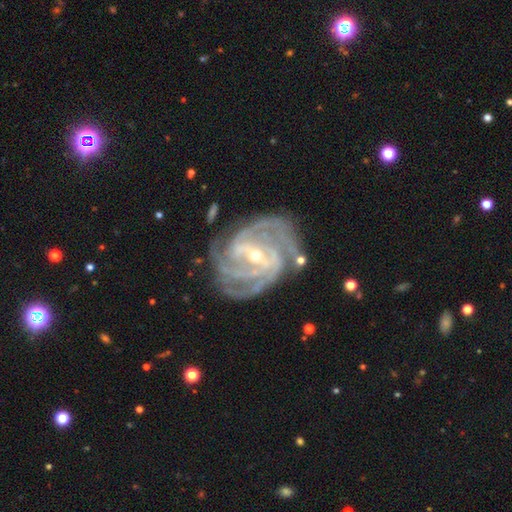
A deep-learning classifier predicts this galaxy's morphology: Smooth or featured? Predicted: featured or disk (p=0.93). Edge-on disk? Predicted: no (p=0.97). Bar? Predicted: strong (p=0.46). Spiral arms? Predicted: yes (p=0.98). Spiral winding? Predicted: tight (p=0.63). Spiral arm count? Predicted: 3 (p=0.30). Bulge size? Predicted: small (p=0.63). Merging? Predicted: none (p=0.72).